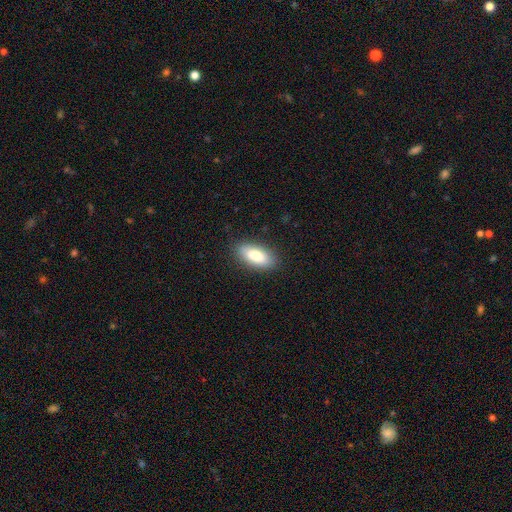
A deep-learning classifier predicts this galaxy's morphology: smooth_or_featured: smooth (p=0.83) [alt: featured or disk p=0.10]
how_rounded: in between (p=0.85) [alt: cigar-shaped p=0.12]
merging: none (p=0.87) [alt: minor disturbance p=0.10]